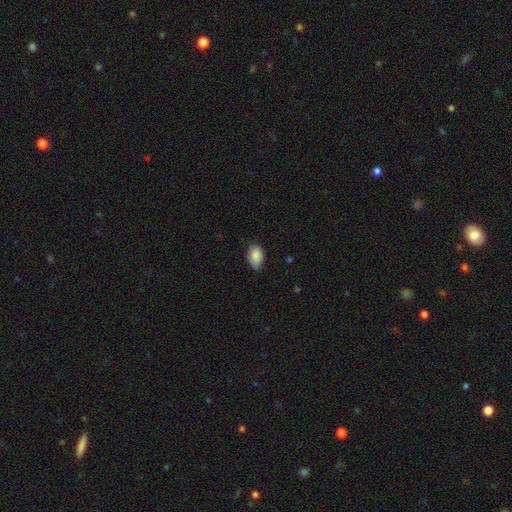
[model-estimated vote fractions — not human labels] This appears to be a smooth galaxy with no disk features (87%) that is in between round and cigar-shaped (90%). Merging: none (73%).